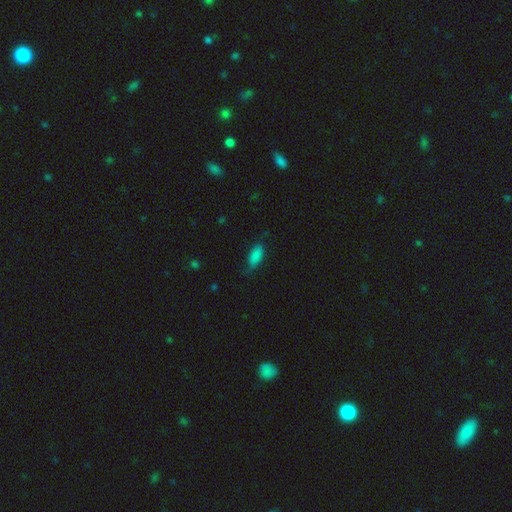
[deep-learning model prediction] Smooth or featured? Predicted: smooth (p=0.85). How rounded? Predicted: in between (p=0.84). Merging? Predicted: none (p=0.68).